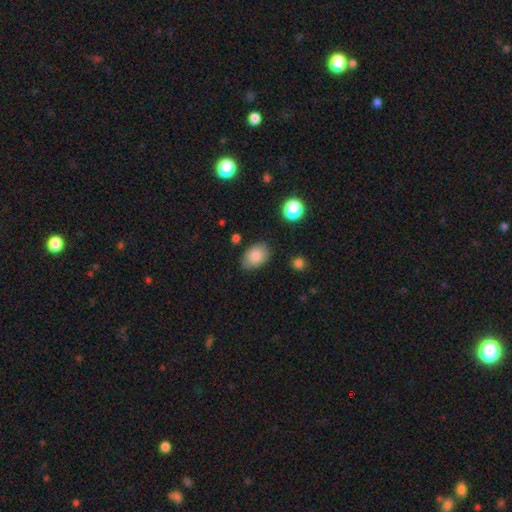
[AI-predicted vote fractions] Smooth or featured? smooth (84%)
How rounded? in between (83%)
Merging? none (78%)